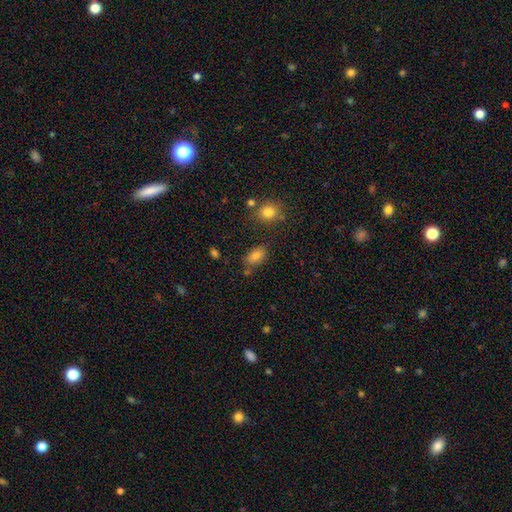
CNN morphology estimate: This is clearly a smooth galaxy (81%). How rounded: clearly in between (87%). Merging: likely none (72%).